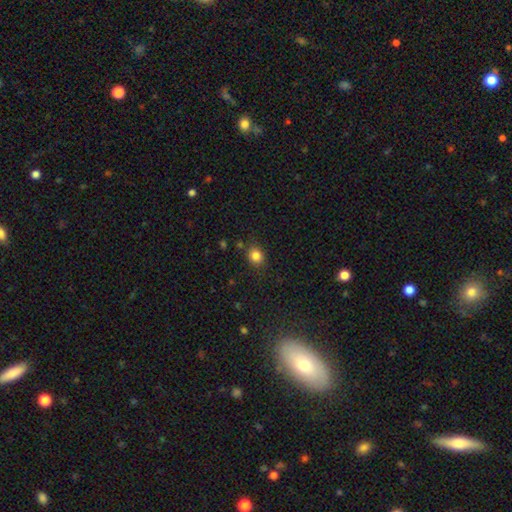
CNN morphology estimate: A smooth galaxy with no disk features (84%) that is round (72%).

Vote fractions:
- Smooth or featured? smooth: 84% / star or artifact: 12% / featured or disk: 5%
- How rounded? round: 72% / in between: 27% / cigar-shaped: 1%
- Merging? none: 83% / minor disturbance: 11% / major disturbance: 3% / merger: 3%